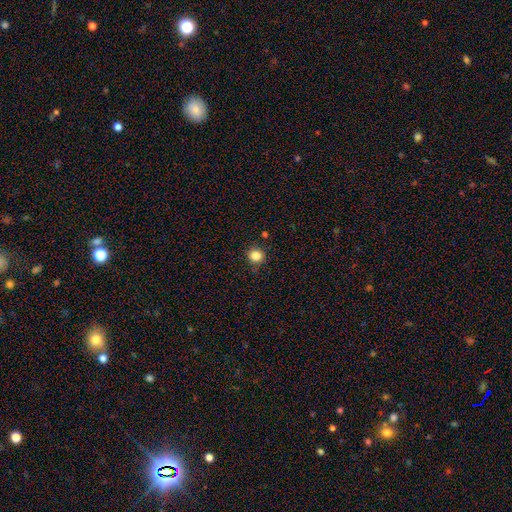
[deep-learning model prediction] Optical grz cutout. It shows a smooth galaxy with no disk features (84%) that is round (91%). Merging: none (86%).